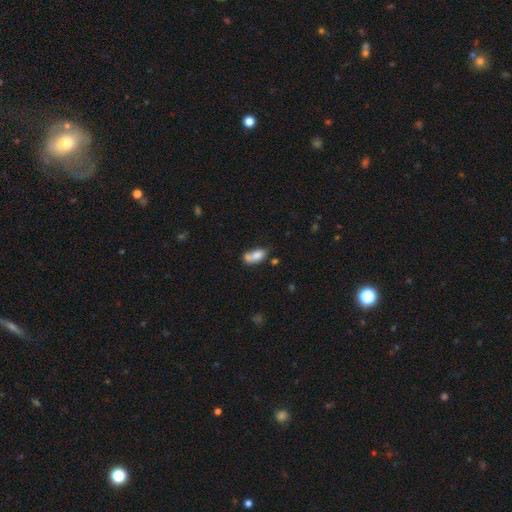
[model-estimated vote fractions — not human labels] smooth_or_featured: smooth (p=0.74) [alt: featured or disk p=0.17]
how_rounded: in between (p=0.86) [alt: round p=0.08]
merging: merger (p=0.47) [alt: none p=0.29]